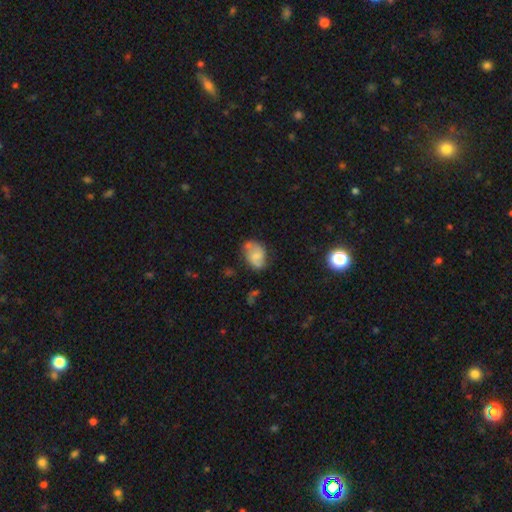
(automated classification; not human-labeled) Q: Smooth or featured?
A: smooth (47%); runner-up: featured or disk (44%)
Q: Merging?
A: none (57%); runner-up: minor disturbance (24%)